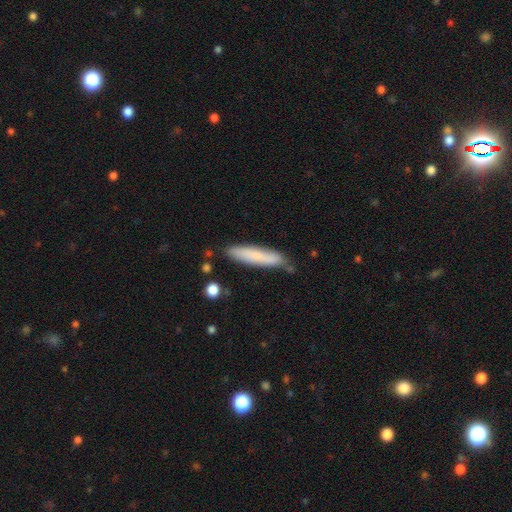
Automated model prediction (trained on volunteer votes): A smooth galaxy with no disk features (73%) that is cigar-shaped (86%).

Vote fractions:
- Smooth or featured? smooth: 73% / featured or disk: 20% / star or artifact: 7%
- How rounded? cigar-shaped: 86% / in between: 13% / round: 1%
- Merging? none: 75% / minor disturbance: 18% / merger: 4% / major disturbance: 3%